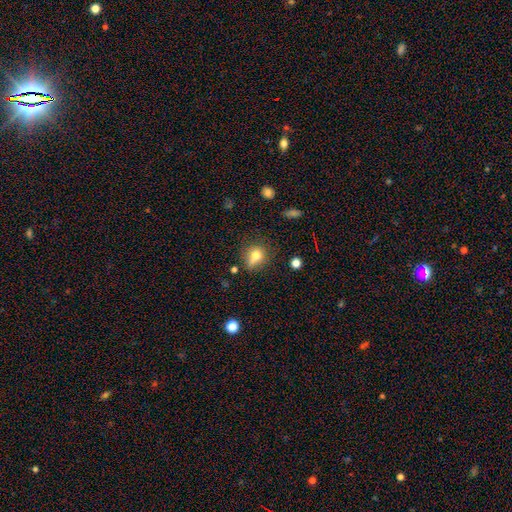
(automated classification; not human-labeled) Smooth or featured? Predicted: smooth (p=0.74). How rounded? Predicted: round (p=0.67). Merging? Predicted: none (p=0.56).